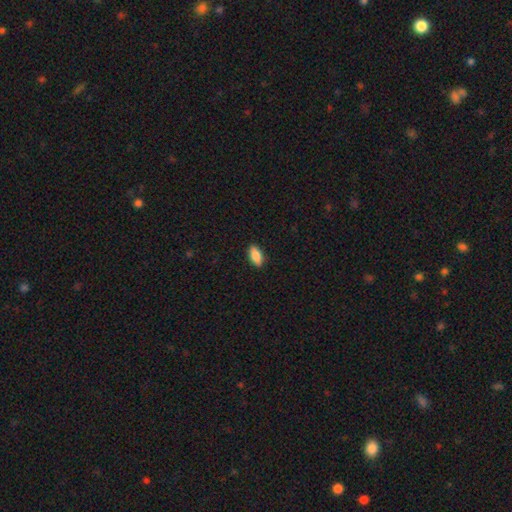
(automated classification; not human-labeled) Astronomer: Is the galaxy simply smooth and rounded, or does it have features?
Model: smooth — 84%.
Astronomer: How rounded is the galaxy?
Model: in between — 85%.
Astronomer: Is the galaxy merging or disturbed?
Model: none — 88%.